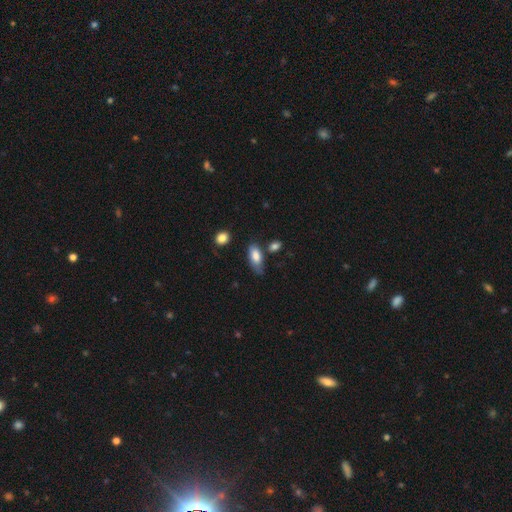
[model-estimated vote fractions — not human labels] Smooth or featured? Predicted: smooth (p=0.80). How rounded? Predicted: in between (p=0.86). Merging? Predicted: none (p=0.56).